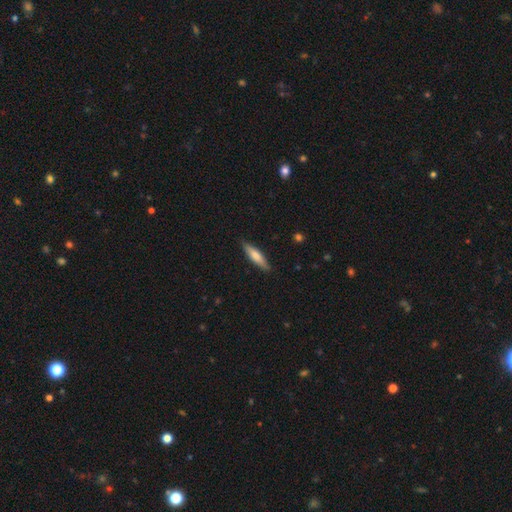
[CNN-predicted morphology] Q: Smooth or featured?
A: smooth (65%); runner-up: featured or disk (30%)
Q: How rounded?
A: cigar-shaped (76%); runner-up: in between (22%)
Q: Merging?
A: none (86%); runner-up: minor disturbance (11%)